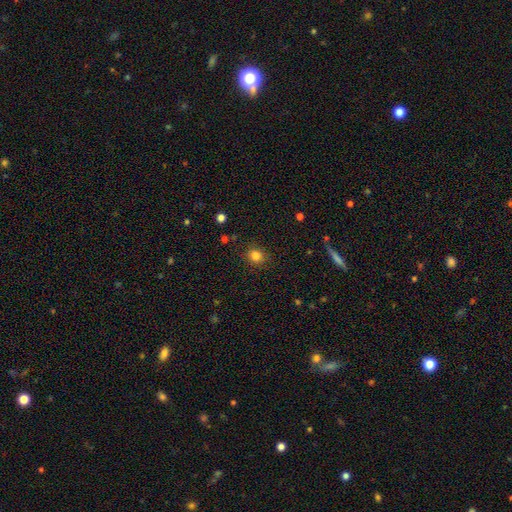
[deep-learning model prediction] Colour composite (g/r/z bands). It shows a smooth galaxy with no disk features (83%) that is round (83%). Merging: none (88%).